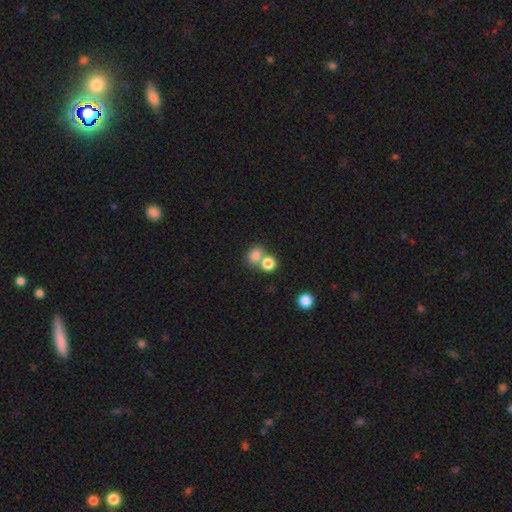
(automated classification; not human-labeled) smooth 79%, star or artifact 11%, featured or disk 9%. Down the decision tree: how rounded — round (57%); merging — merger (47%).